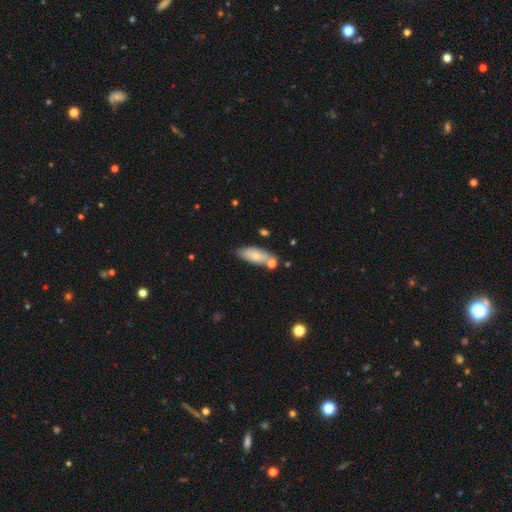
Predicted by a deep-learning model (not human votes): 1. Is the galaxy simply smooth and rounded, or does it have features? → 72% smooth, 22% featured or disk, 7% star or artifact.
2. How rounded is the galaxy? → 76% in between, 21% cigar-shaped, 3% round.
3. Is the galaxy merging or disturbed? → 67% none, 17% minor disturbance, 13% merger, 4% major disturbance.